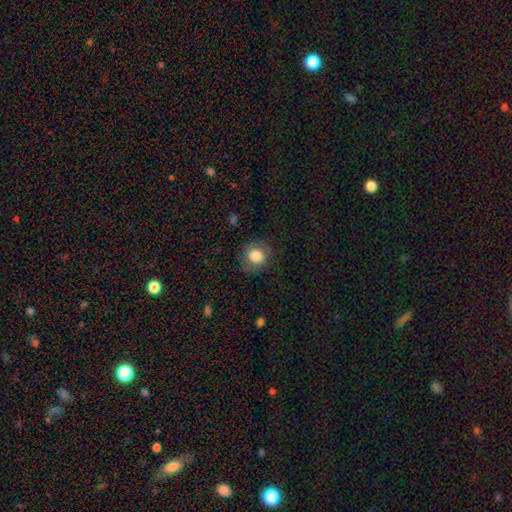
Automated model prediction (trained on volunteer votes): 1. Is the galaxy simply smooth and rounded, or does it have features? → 81% smooth, 10% featured or disk, 9% star or artifact.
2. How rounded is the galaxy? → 85% round, 14% in between, 1% cigar-shaped.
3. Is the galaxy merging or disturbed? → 79% none, 14% minor disturbance, 6% major disturbance, 1% merger.